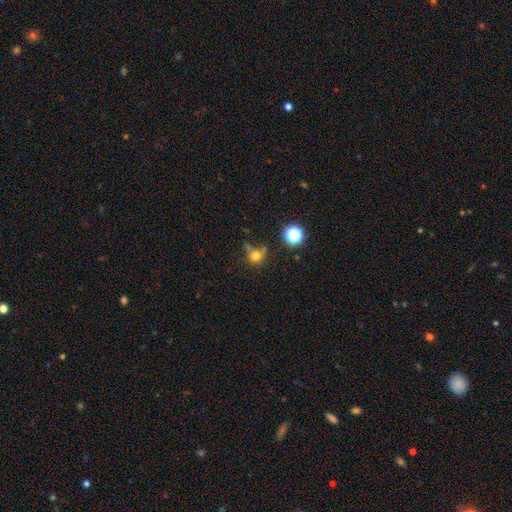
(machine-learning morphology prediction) This appears to be a smooth galaxy with no disk features (66%) that is round (82%). Merging: none (51%).